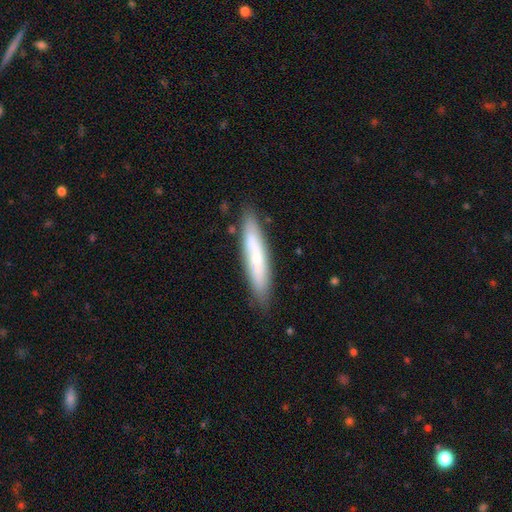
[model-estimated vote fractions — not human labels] smooth_or_featured: smooth (p=0.54) [alt: featured or disk p=0.40]
how_rounded: cigar-shaped (p=0.85) [alt: in between p=0.13]
merging: none (p=0.83) [alt: minor disturbance p=0.12]